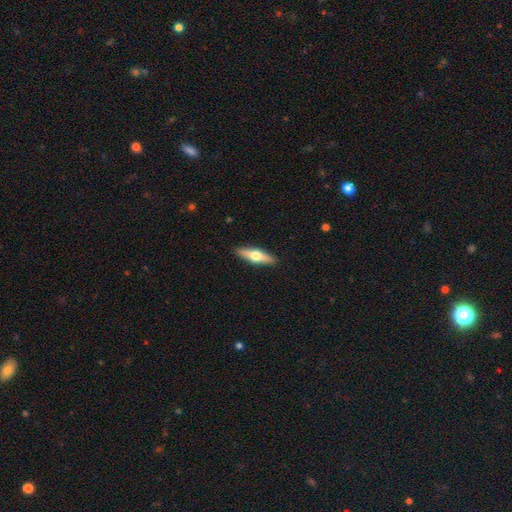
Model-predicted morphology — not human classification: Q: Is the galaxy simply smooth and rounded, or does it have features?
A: featured or disk — 52%.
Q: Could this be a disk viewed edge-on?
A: yes — 92%.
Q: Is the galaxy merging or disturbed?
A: none — 91%.